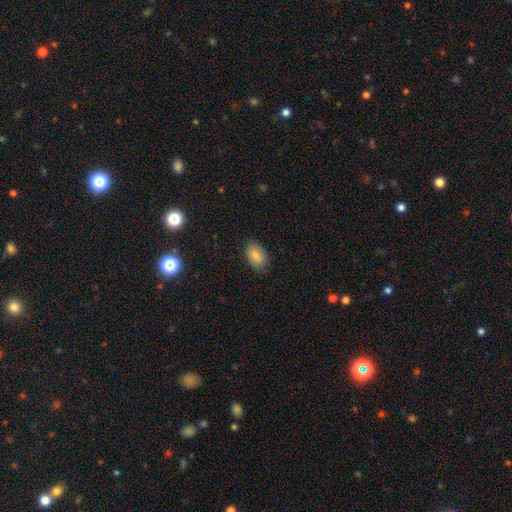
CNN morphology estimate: Overall: smooth (84%). How rounded: in between (87%). Merging: none (82%).